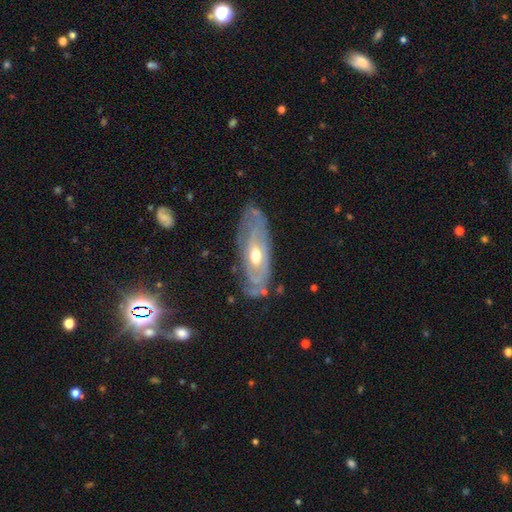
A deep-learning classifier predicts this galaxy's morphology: A featured or disk galaxy (79%) with no bar (69%), spiral arms (73%) and a moderate central bulge (73%). Merging: none (70%).